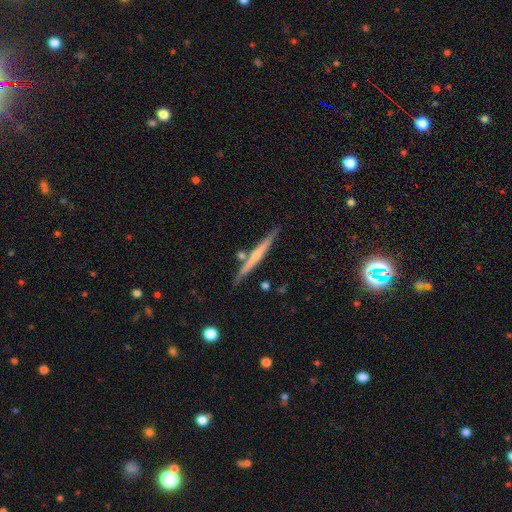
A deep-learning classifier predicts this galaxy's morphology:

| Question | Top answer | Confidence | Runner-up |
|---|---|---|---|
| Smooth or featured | featured or disk | 58% | smooth (36%) |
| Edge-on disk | yes | 97% | no (3%) |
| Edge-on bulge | none | 55% | rounded (39%) |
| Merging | none | 83% | minor disturbance (9%) |